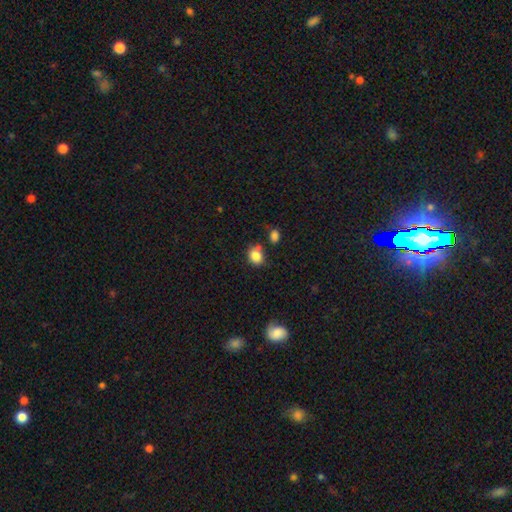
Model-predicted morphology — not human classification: Smooth or featured? smooth (84%)
How rounded? round (60%)
Merging? none (60%)